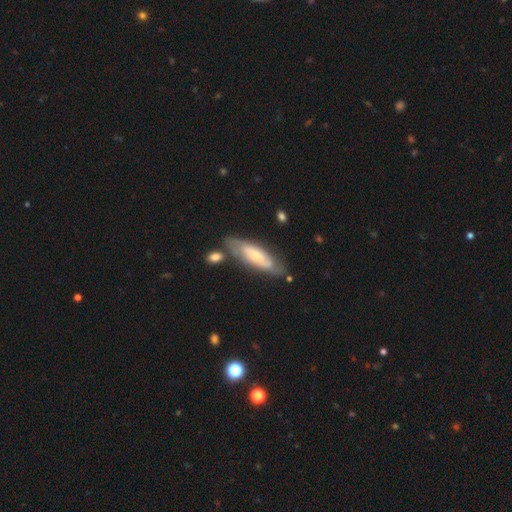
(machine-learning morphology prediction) smooth_or_featured: featured or disk (p=0.58) [alt: smooth p=0.37]
disk_edge_on: no (p=0.78) [alt: yes p=0.22]
merging: none (p=0.66) [alt: minor disturbance p=0.19]